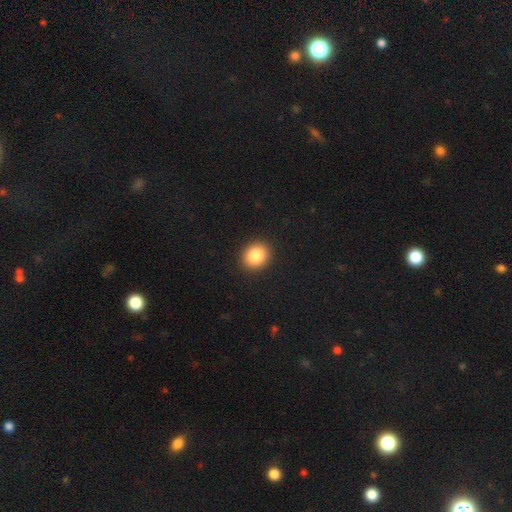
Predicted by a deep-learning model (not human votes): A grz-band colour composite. It shows a smooth galaxy with no disk features (85%) that is round (71%). Merging: none (92%).